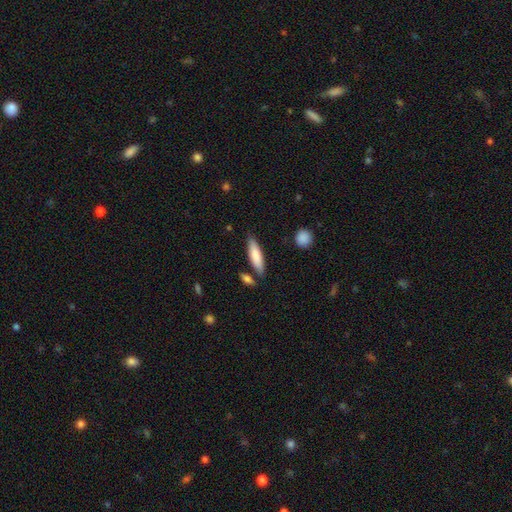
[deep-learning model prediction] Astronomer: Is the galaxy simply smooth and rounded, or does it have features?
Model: smooth — 78%.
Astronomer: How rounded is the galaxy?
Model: cigar-shaped — 63%.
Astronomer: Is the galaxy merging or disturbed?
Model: none — 79%.